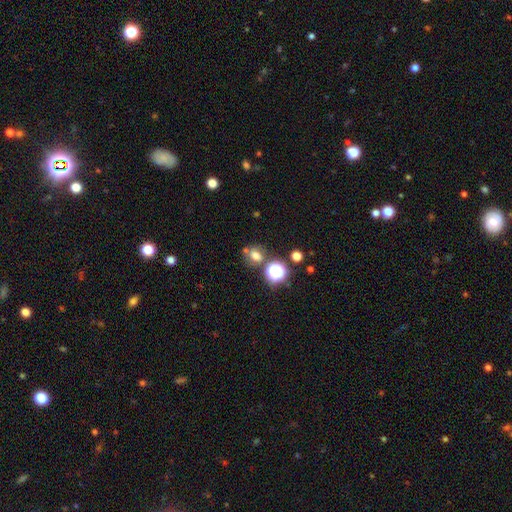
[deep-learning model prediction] smooth-or-featured: smooth: 64% | star or artifact: 23% | featured or disk: 13%
  how-rounded: round: 61% | in between: 37% | cigar-shaped: 1%
  merging: none: 60% | merger: 17% | minor disturbance: 16% | major disturbance: 7%